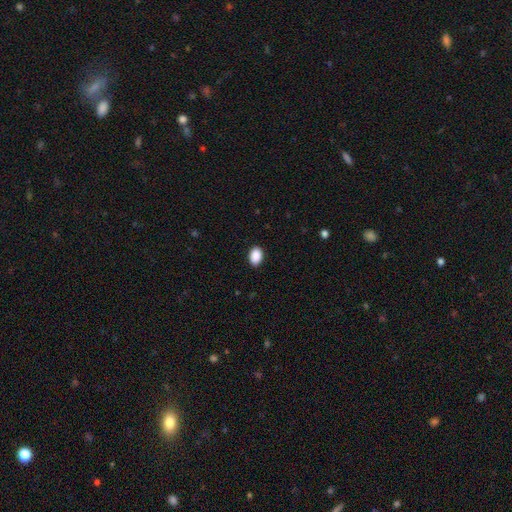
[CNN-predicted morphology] Overall: smooth (91%). How rounded: in between (83%). Merging: none (89%).